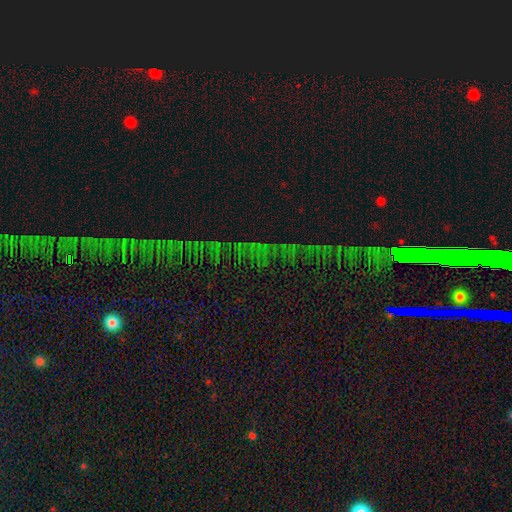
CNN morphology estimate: Smooth or featured? Predicted: star or artifact (p=0.79).